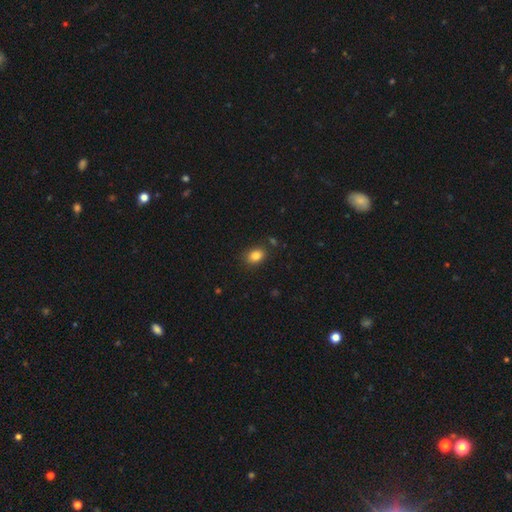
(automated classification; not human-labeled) Smooth or featured: smooth — 84% (star or artifact — 10%)
How rounded: in between — 64% (round — 35%)
Merging: none — 84% (minor disturbance — 11%)